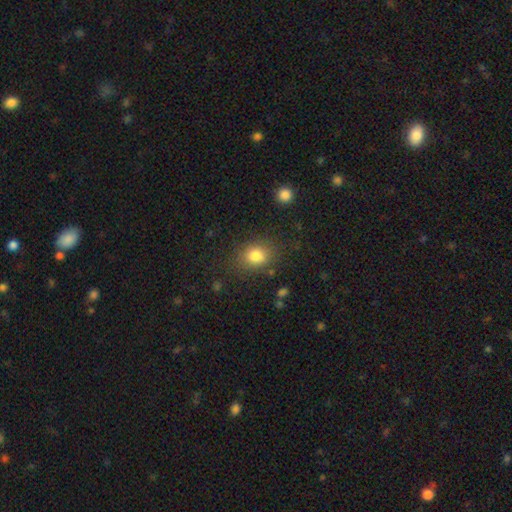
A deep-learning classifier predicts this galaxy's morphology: smooth_or_featured: smooth (p=0.81) [alt: star or artifact p=0.11]
how_rounded: round (p=0.52) [alt: in between p=0.47]
merging: none (p=0.80) [alt: minor disturbance p=0.13]